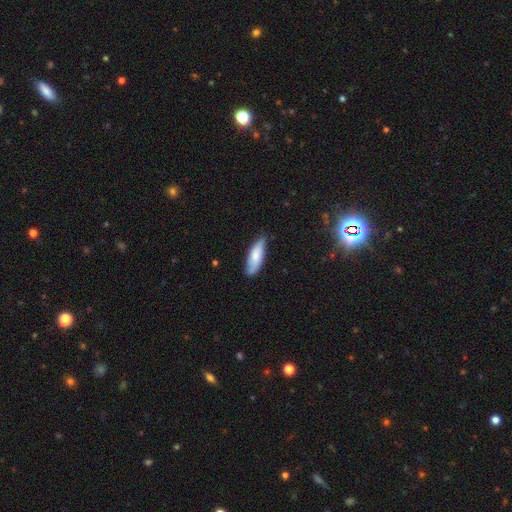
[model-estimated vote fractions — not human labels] This is likely a smooth galaxy (71%). How rounded: possibly in between (60%). Merging: likely none (69%).